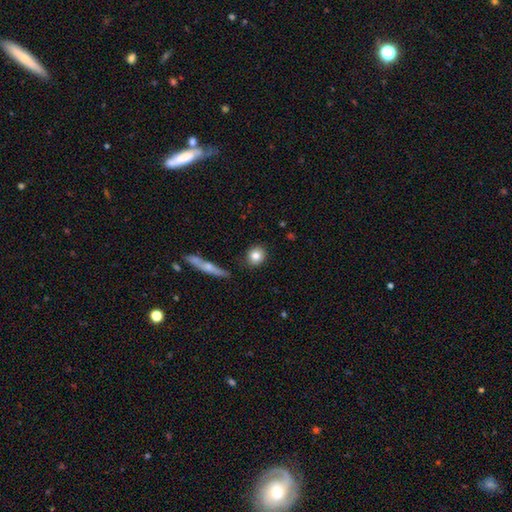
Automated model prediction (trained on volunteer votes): Q: Smooth or featured?
A: smooth (81%); runner-up: featured or disk (11%)
Q: How rounded?
A: round (83%); runner-up: in between (15%)
Q: Merging?
A: none (88%); runner-up: minor disturbance (7%)